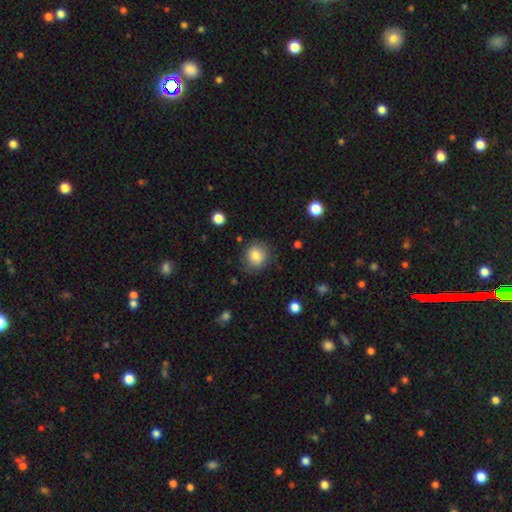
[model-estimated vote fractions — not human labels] A smooth galaxy with no disk features (85%) that is round (79%). Merging: none (81%).